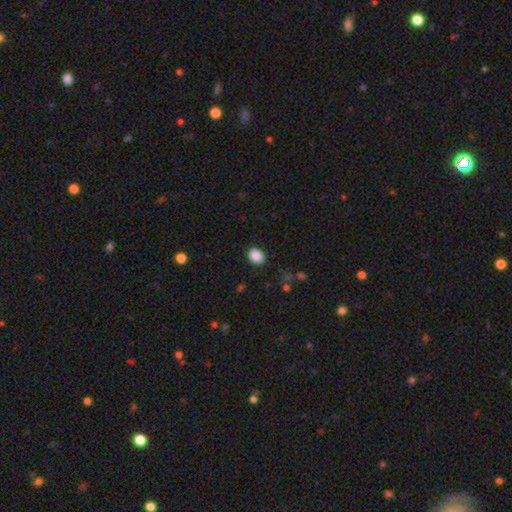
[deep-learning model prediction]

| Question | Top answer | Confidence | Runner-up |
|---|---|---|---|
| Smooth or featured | smooth | 89% | star or artifact (8%) |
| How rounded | in between | 57% | round (42%) |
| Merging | none | 88% | minor disturbance (8%) |